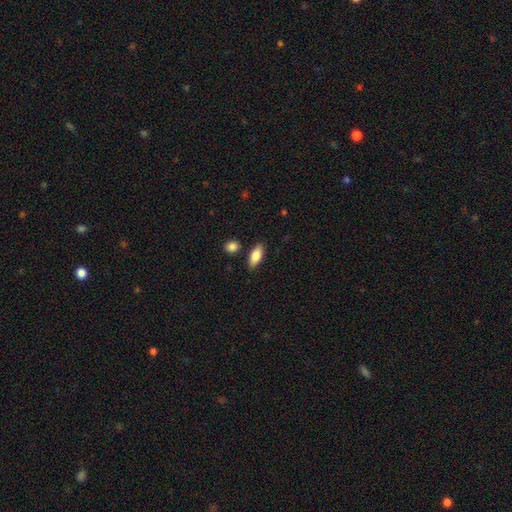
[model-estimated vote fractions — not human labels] smooth_or_featured: smooth (p=0.82) [alt: featured or disk p=0.12]
how_rounded: in between (p=0.81) [alt: cigar-shaped p=0.16]
merging: none (p=0.84) [alt: minor disturbance p=0.10]